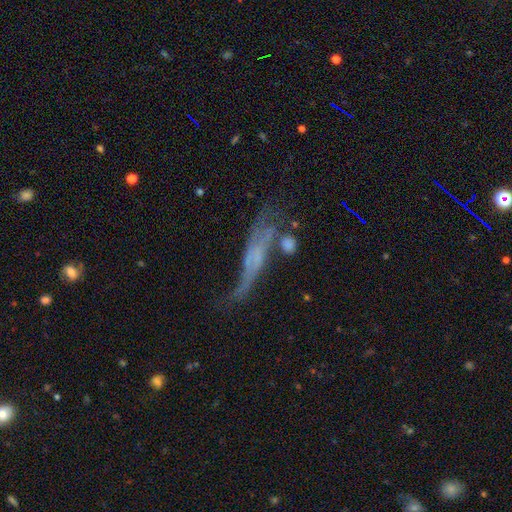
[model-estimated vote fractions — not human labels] smooth-or-featured: featured or disk: 57% | smooth: 29% | star or artifact: 14%
  disk-edge-on: no: 60% | yes: 40%
  merging: none: 30% (tied) | major disturbance: 30% (tied) | minor disturbance: 21% | merger: 19%